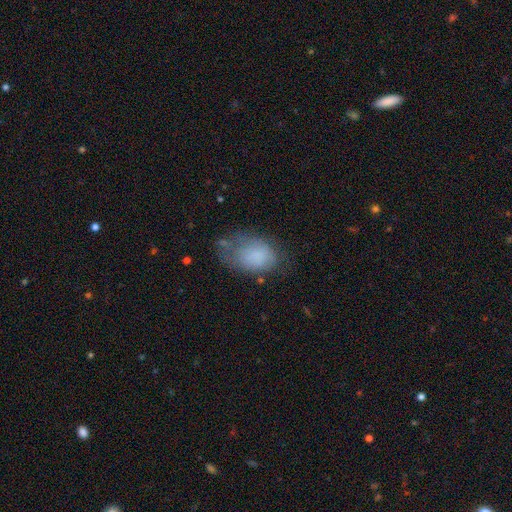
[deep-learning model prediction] A smooth galaxy with no disk features (74%) that is in between round and cigar-shaped (83%). Merging: none (41%).